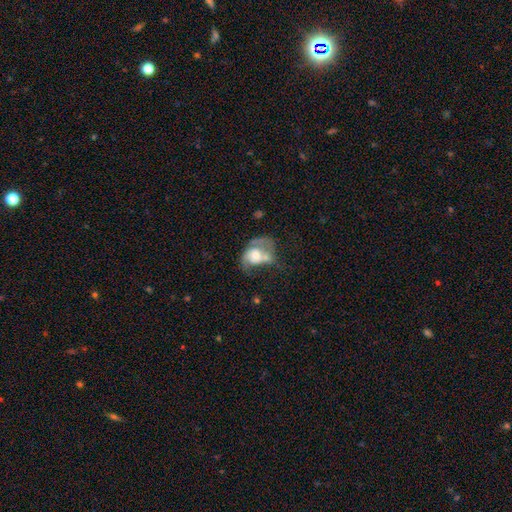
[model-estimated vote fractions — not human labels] This appears to be a featured or disk galaxy (51%). Merging: merger (37%).